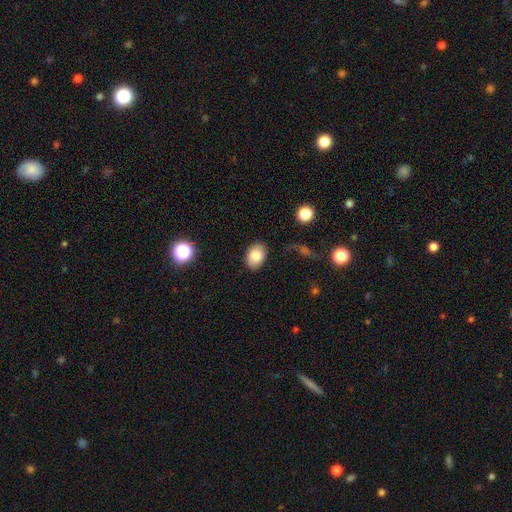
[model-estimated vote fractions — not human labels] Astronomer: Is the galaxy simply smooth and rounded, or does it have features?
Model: smooth — 82%.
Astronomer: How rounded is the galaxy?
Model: in between — 78%.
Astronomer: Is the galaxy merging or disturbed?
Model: none — 84%.